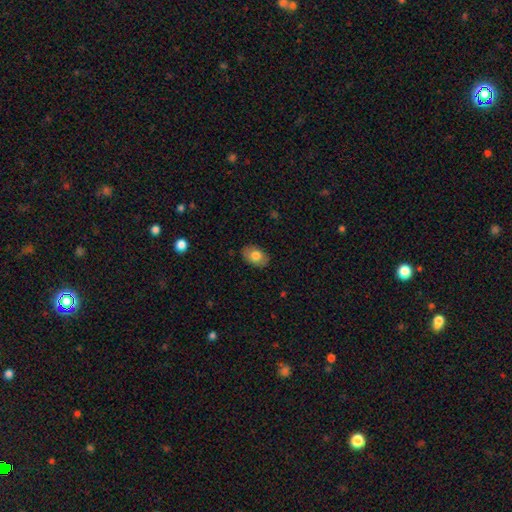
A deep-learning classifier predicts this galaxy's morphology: This appears to be a smooth galaxy with no disk features (77%) that is in between round and cigar-shaped (84%). Merging: none (85%).